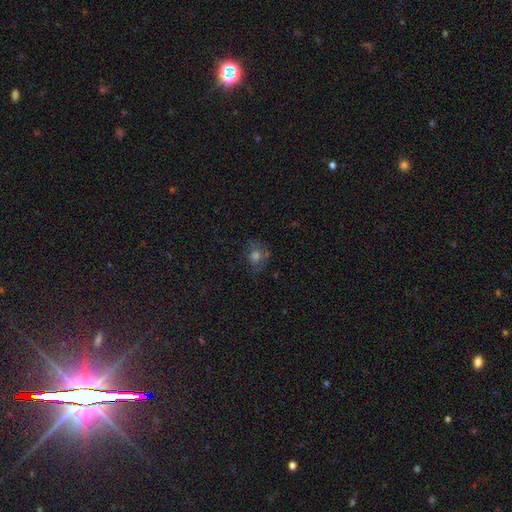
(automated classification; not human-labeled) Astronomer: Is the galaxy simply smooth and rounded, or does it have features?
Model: smooth — 47% (runner-up: star or artifact, 30%).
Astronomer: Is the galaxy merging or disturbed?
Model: none — 59%.